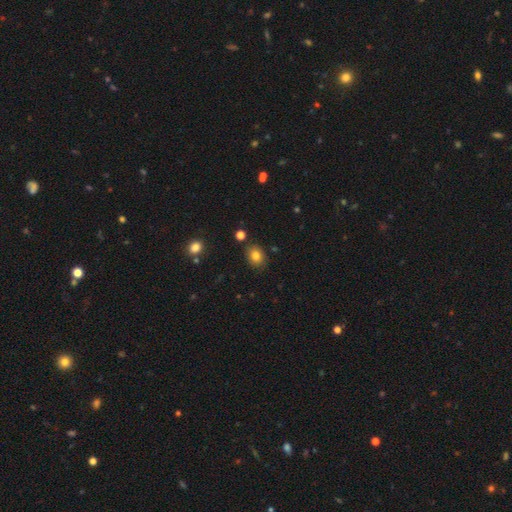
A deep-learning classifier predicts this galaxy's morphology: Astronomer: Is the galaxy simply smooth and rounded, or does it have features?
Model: smooth — 81%.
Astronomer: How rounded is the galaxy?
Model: in between — 53% (runner-up: round, 46%).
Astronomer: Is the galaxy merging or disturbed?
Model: none — 84%.